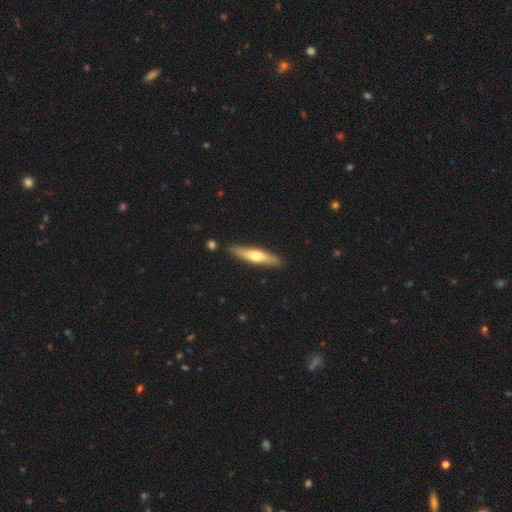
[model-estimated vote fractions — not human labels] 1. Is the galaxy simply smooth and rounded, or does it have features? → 48% featured or disk (tied), 48% smooth (tied), 5% star or artifact.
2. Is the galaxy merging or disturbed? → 88% none, 8% minor disturbance, 2% merger, 2% major disturbance.